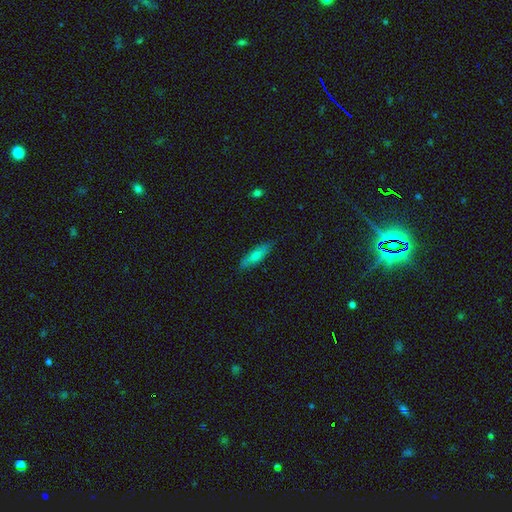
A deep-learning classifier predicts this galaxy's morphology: type=smooth (62%); roundness=cigar-shaped (69%); merging=none (85%).